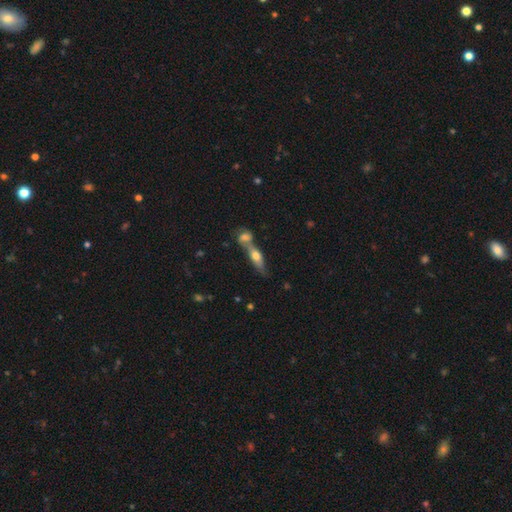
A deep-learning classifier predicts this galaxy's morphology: smooth 51%, featured or disk 40%, star or artifact 8%. Down the decision tree: how rounded — in between (48%); merging — merger (49%).